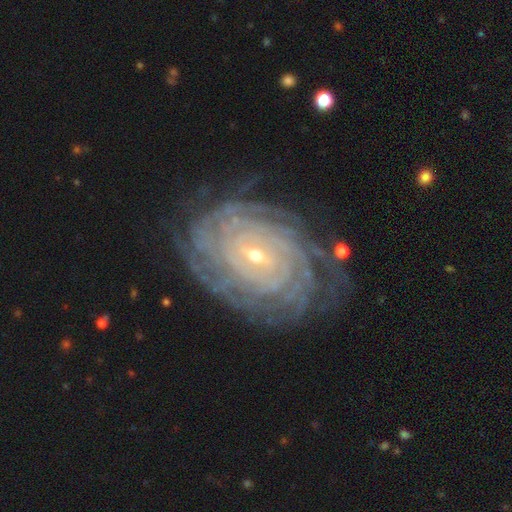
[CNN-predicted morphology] type=featured or disk (90%); edge-on=no (96%); bar=weak (44%); spiral arms=yes (97%); winding=tight (87%); arm count=can't tell (31%); bulge=small (64%); merging=none (76%).